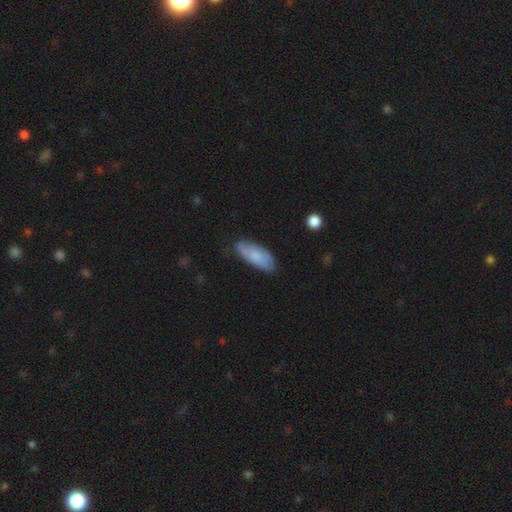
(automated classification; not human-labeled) A smooth galaxy with no disk features (73%) that is in between round and cigar-shaped (79%). Merging: none (74%).